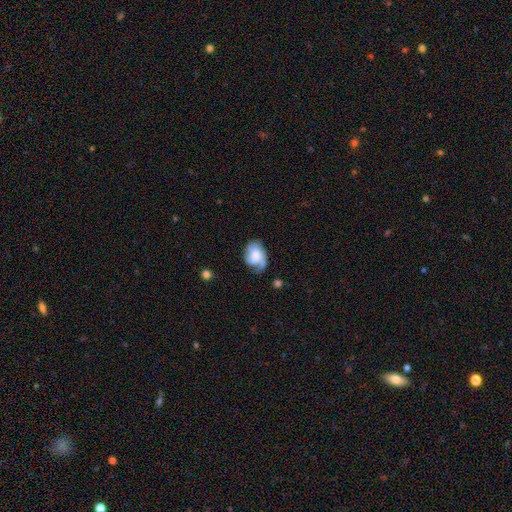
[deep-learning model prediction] Smooth or featured? Predicted: featured or disk (p=0.55). Edge-on disk? Predicted: no (p=0.97). Bar? Predicted: no (p=0.61). Spiral arms? Predicted: yes (p=0.87). Bulge size? Predicted: moderate (p=0.38). Merging? Predicted: none (p=0.46).